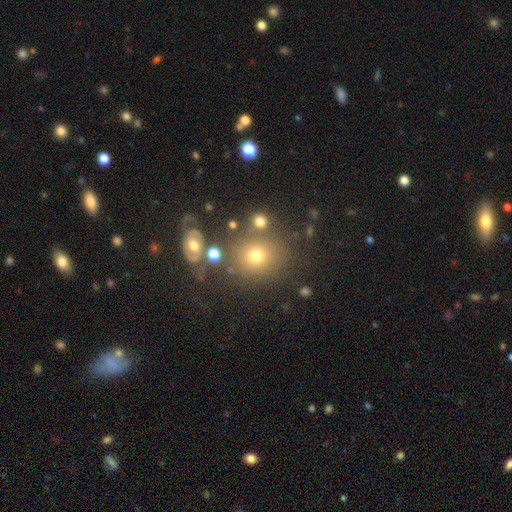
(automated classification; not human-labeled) Q: Smooth or featured?
A: smooth (64%); runner-up: star or artifact (19%)
Q: How rounded?
A: round (76%); runner-up: in between (23%)
Q: Merging?
A: none (69%); runner-up: minor disturbance (13%)